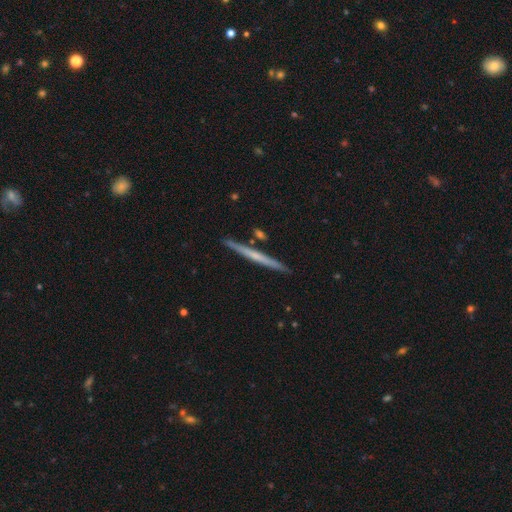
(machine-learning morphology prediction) smooth-or-featured: featured or disk: 57% | smooth: 38% | star or artifact: 5%
  disk-edge-on: yes: 98% | no: 2%
    edge-on-bulge: none: 68% | rounded: 27% | boxy: 5%
  merging: none: 89% | minor disturbance: 7% | merger: 3% | major disturbance: 1%